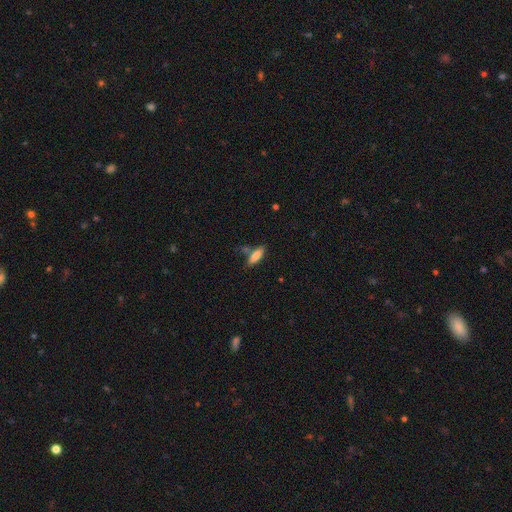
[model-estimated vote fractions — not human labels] A smooth galaxy with no disk features (80%) that is in between round and cigar-shaped (60%). Merging: none (66%).